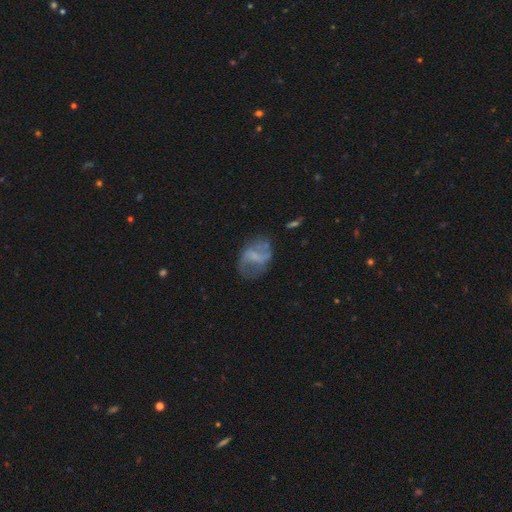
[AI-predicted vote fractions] smooth-or-featured: featured or disk: 55% | smooth: 35% | star or artifact: 10%
  disk-edge-on: no: 96% | yes: 4%
    bar: weak: 43% | no: 35% | strong: 22%
    has-spiral-arms: yes: 57% | no: 43%
    bulge-size: none: 51% | small: 30% | moderate: 15% | large: 3% | dominant: 1%
  merging: none: 52% | minor disturbance: 24% | major disturbance: 20% | merger: 4%